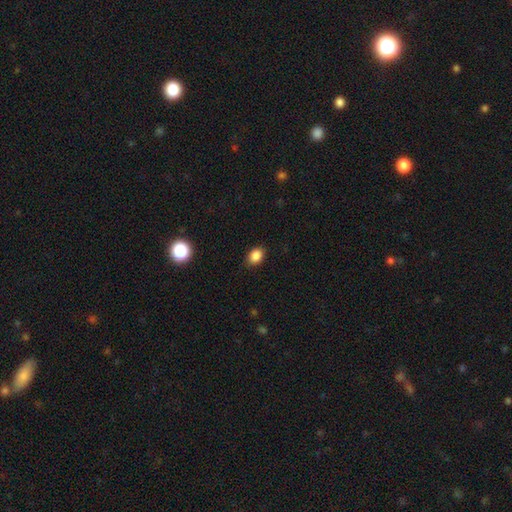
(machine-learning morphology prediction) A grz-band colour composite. It shows a smooth galaxy with no disk features (86%) that is in between round and cigar-shaped (66%). Merging: none (86%).